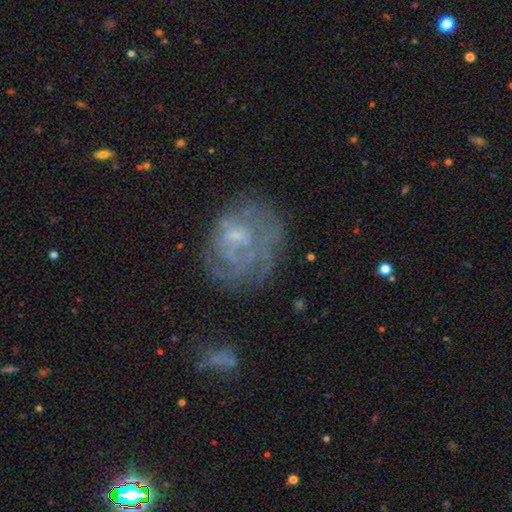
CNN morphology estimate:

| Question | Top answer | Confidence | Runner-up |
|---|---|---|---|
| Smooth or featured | featured or disk | 58% | smooth (22%) |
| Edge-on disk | no | 96% | yes (4%) |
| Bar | no | 63% | weak (30%) |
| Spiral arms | yes | 70% | no (30%) |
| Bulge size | small | 59% | moderate (29%) |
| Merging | none | 70% | minor disturbance (17%) |